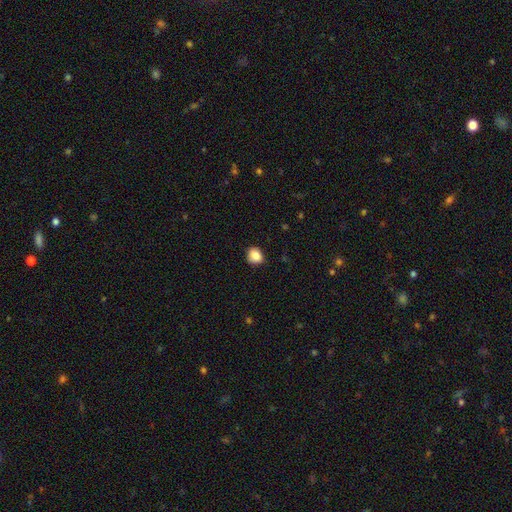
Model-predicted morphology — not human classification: Smooth or featured? smooth (85%)
How rounded? round (74%)
Merging? none (84%)